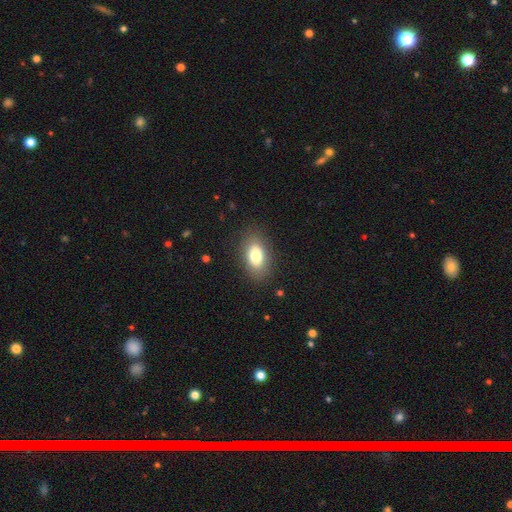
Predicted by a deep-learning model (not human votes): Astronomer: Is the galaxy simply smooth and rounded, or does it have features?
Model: smooth — 78%.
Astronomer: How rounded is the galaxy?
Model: in between — 90%.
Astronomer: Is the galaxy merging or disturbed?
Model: none — 85%.